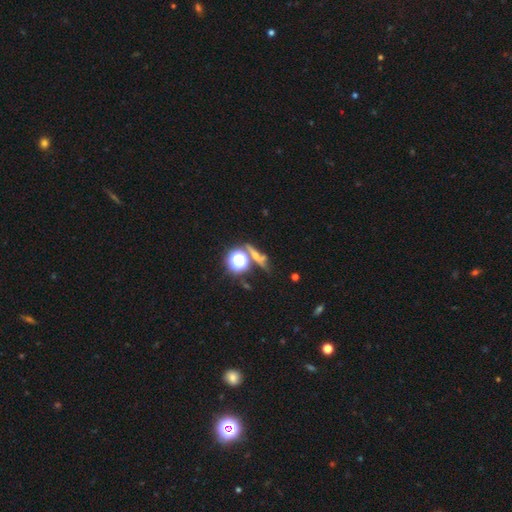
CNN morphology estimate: A star or artifact, not a galaxy (39%).

Vote fractions:
- Smooth or featured? star or artifact: 39% / smooth: 34% / featured or disk: 27%